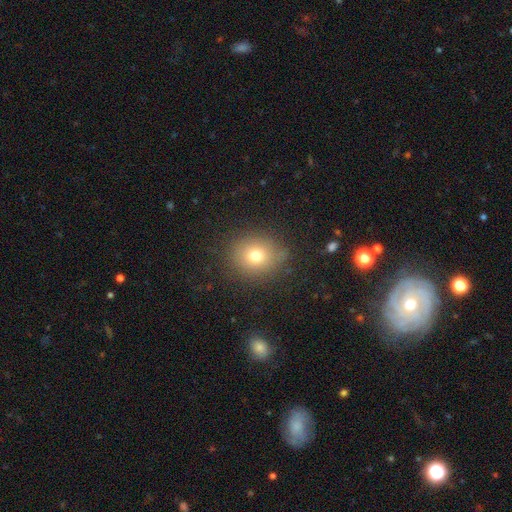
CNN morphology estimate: Overall: smooth (73%). How rounded: round (78%). Merging: none (84%).